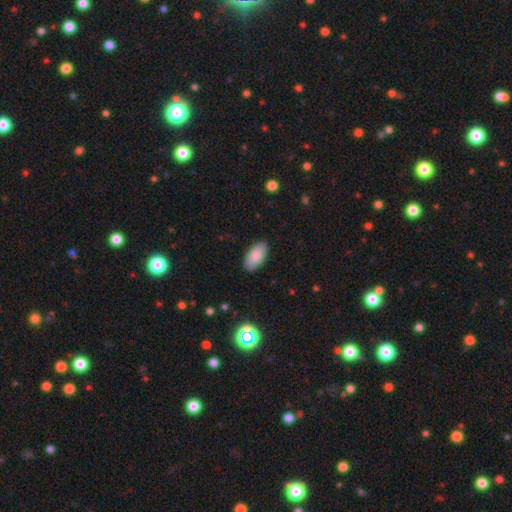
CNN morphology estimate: Smooth or featured? smooth (85%)
How rounded? in between (94%)
Merging? none (86%)